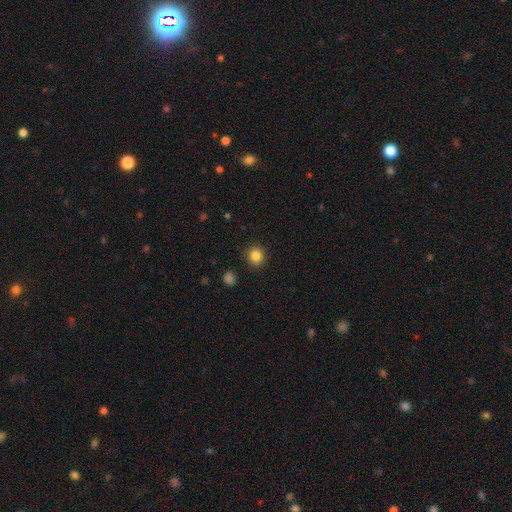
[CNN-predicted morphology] This is clearly a smooth galaxy (84%). How rounded: clearly round (90%). Merging: clearly none (90%).